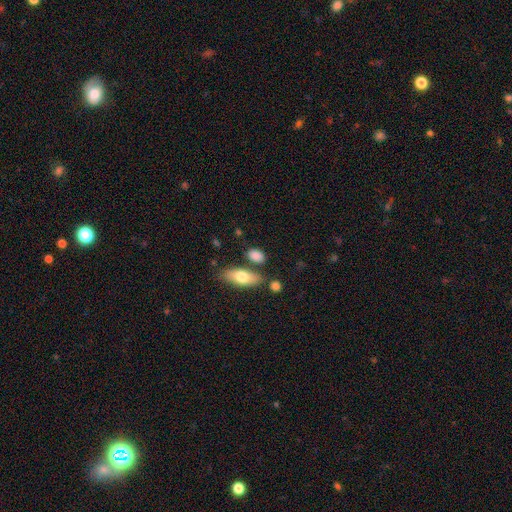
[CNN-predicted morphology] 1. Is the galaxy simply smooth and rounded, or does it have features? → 82% smooth, 11% featured or disk, 7% star or artifact.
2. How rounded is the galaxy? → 80% in between, 11% round, 9% cigar-shaped.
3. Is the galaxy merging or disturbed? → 69% none, 14% minor disturbance, 13% merger, 4% major disturbance.